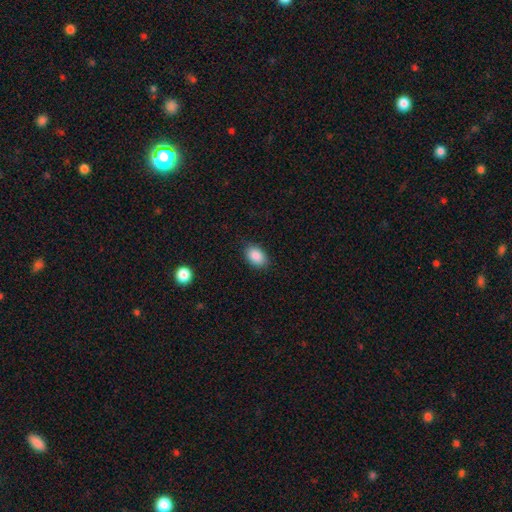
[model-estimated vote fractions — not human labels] A smooth galaxy with no disk features (89%) that is in between round and cigar-shaped (82%).

Vote fractions:
- Smooth or featured? smooth: 89% / star or artifact: 8% / featured or disk: 4%
- How rounded? in between: 82% / round: 17% / cigar-shaped: 1%
- Merging? none: 85% / minor disturbance: 11% / major disturbance: 3% / merger: 1%